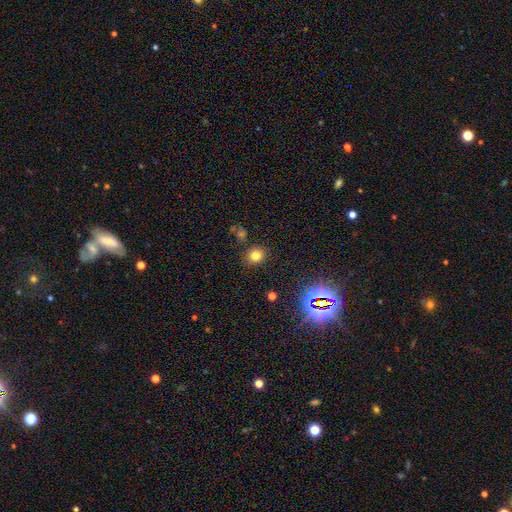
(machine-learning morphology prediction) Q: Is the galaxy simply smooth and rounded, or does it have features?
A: smooth — 77%.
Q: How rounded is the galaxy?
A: round — 76%.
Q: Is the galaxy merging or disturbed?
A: none — 85%.